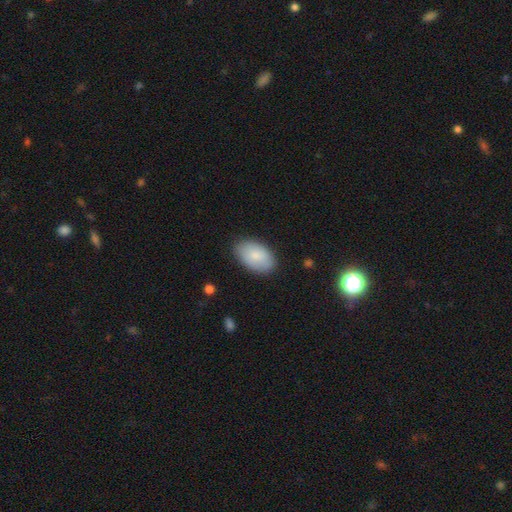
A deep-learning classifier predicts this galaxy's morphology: Smooth or featured? Predicted: smooth (p=0.81). How rounded? Predicted: in between (p=0.94). Merging? Predicted: none (p=0.83).